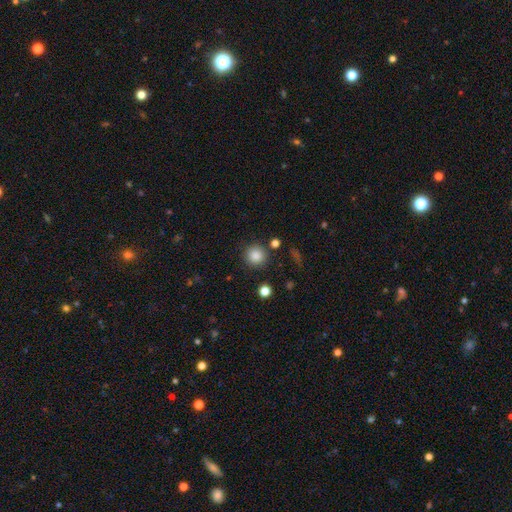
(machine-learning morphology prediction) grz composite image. It shows a smooth galaxy with no disk features (86%) that is round (93%). Merging: none (86%).